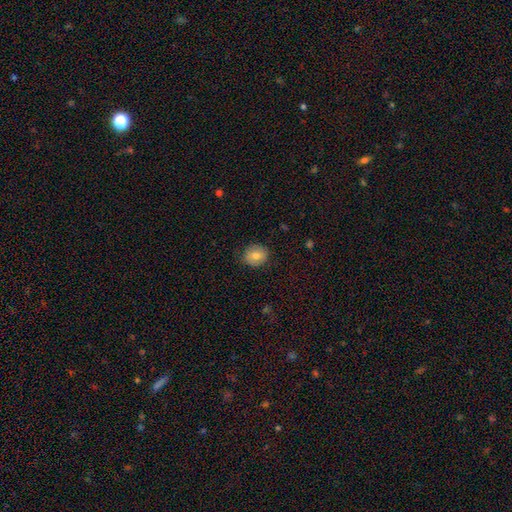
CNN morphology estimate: The model was most divided on "how rounded": round: 74%, in between: 25%, cigar-shaped: 1%. More confident: merging — none (84%); smooth or featured — smooth (72%).